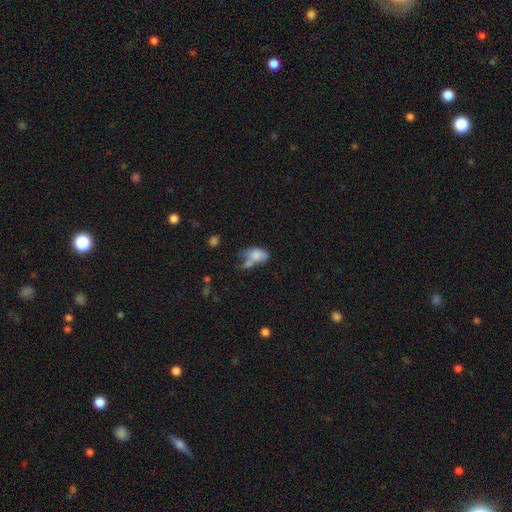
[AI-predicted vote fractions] The model was most divided on "merging": merger: 42%, none: 26%, minor disturbance: 18%, major disturbance: 13%. More confident: how rounded — in between (87%); smooth or featured — smooth (75%).